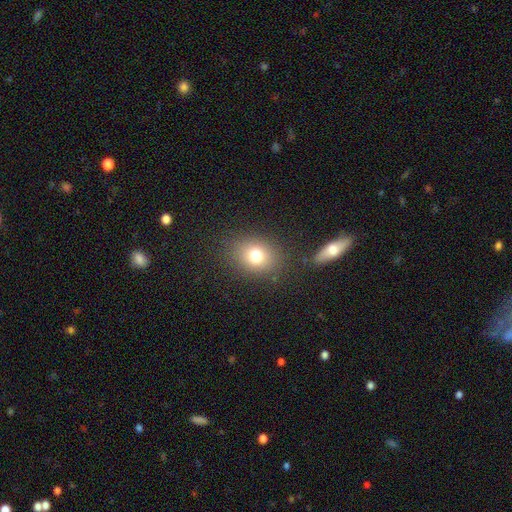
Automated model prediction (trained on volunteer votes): The model was most divided on "how rounded": round: 56%, in between: 43%, cigar-shaped: 1%. More confident: merging — none (82%); smooth or featured — smooth (75%).